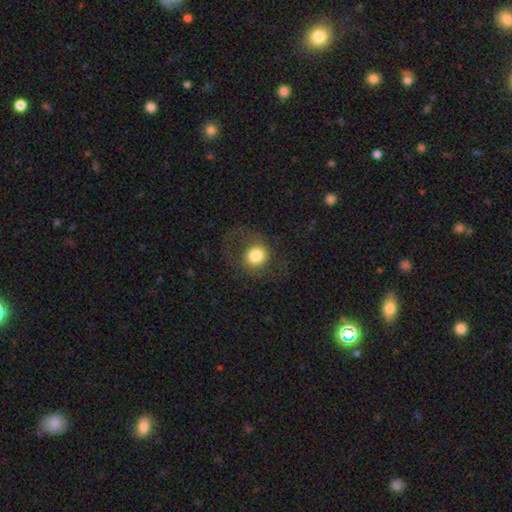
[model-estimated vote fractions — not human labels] Morphology: type=smooth (71%); roundness=round (81%); merging=none (64%).